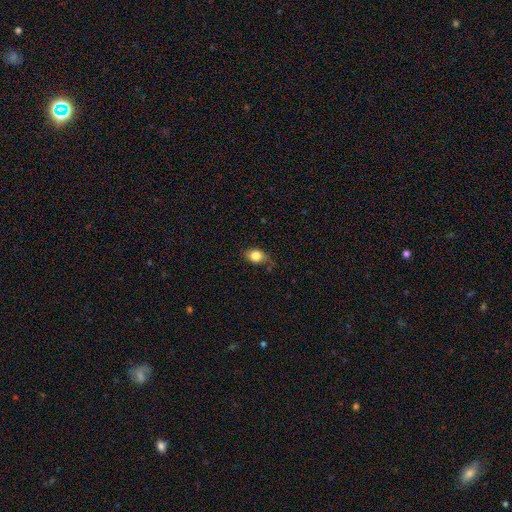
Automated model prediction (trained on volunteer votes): Smooth or featured: smooth — 81% (featured or disk — 10%)
How rounded: in between — 67% (round — 32%)
Merging: none — 62% (minor disturbance — 28%)